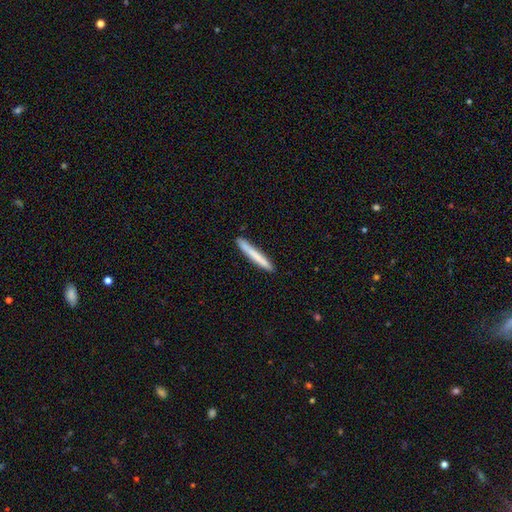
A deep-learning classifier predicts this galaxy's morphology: A smooth galaxy with no disk features (74%) that is cigar-shaped (97%).

Vote fractions:
- Smooth or featured? smooth: 74% / featured or disk: 20% / star or artifact: 6%
- How rounded? cigar-shaped: 97% / in between: 2% / round: 1%
- Merging? none: 90% / minor disturbance: 7% / major disturbance: 1% / merger: 1%